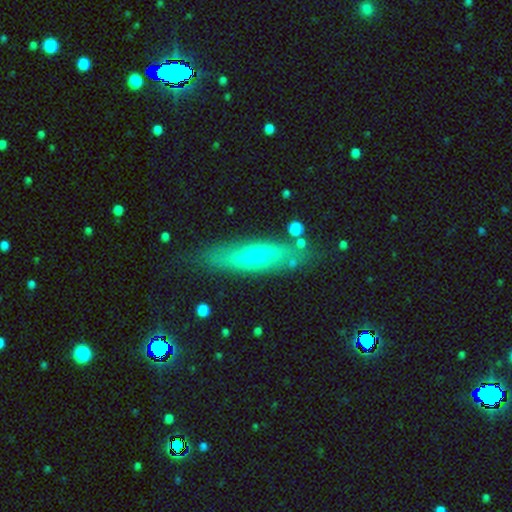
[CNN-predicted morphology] smooth-or-featured: featured or disk: 48% | smooth: 45% | star or artifact: 7%
  merging: none: 77% | minor disturbance: 15% | major disturbance: 5% | merger: 4%